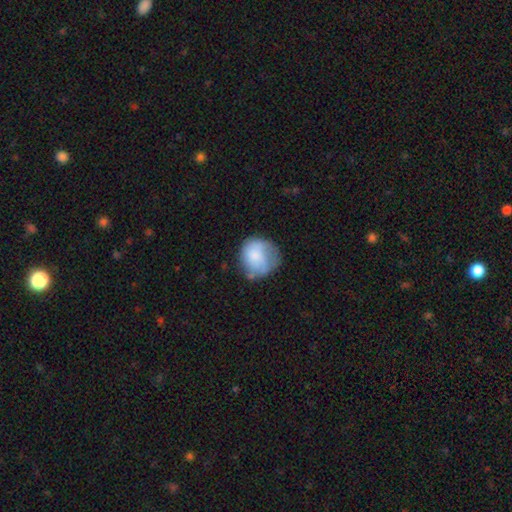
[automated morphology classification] type=smooth (69%); roundness=round (79%); merging=none (48%).